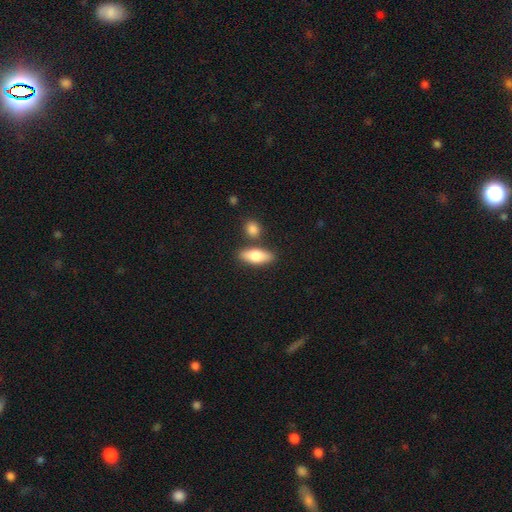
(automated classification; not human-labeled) smooth 75%, featured or disk 19%, star or artifact 6%. Down the decision tree: how rounded — in between (71%); merging — none (76%).